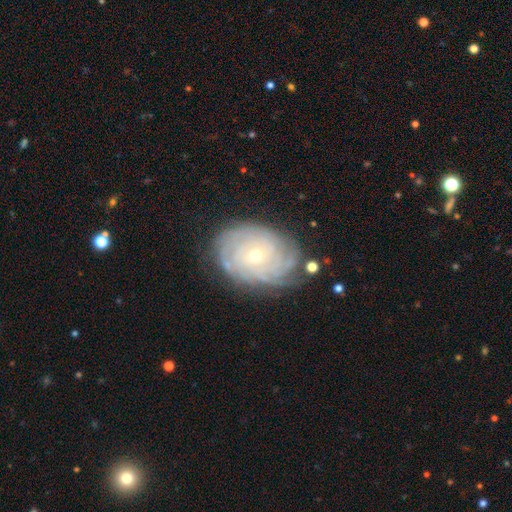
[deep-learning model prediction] A featured or disk galaxy (81%) with no bar (78%), tight (82%) spiral arms (94%) and a small central bulge (65%). Merging: none (75%).